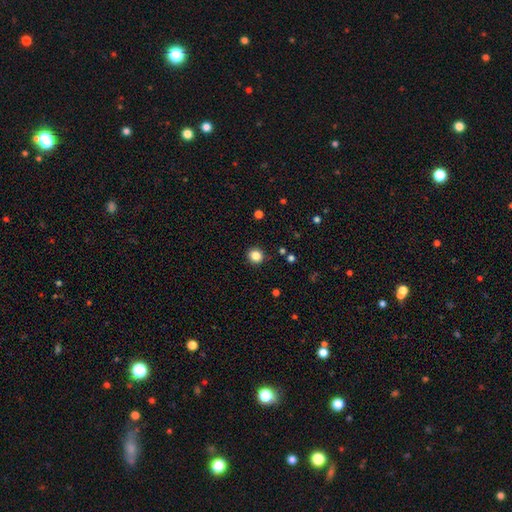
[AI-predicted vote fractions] Smooth or featured: smooth — 84% (star or artifact — 12%)
How rounded: round — 89% (in between — 10%)
Merging: none — 91% (minor disturbance — 6%)